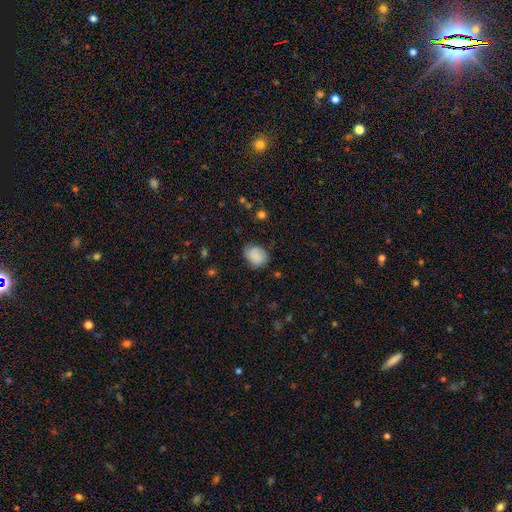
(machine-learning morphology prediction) Smooth or featured? smooth (78%)
How rounded? in between (50%)
Merging? none (70%)